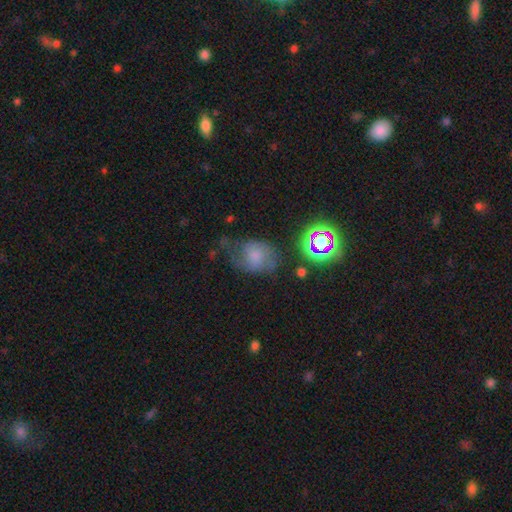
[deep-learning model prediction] Q: Smooth or featured?
A: smooth (51%); runner-up: featured or disk (32%)
Q: How rounded?
A: round (51%); runner-up: in between (47%)
Q: Merging?
A: none (42%); runner-up: minor disturbance (30%)